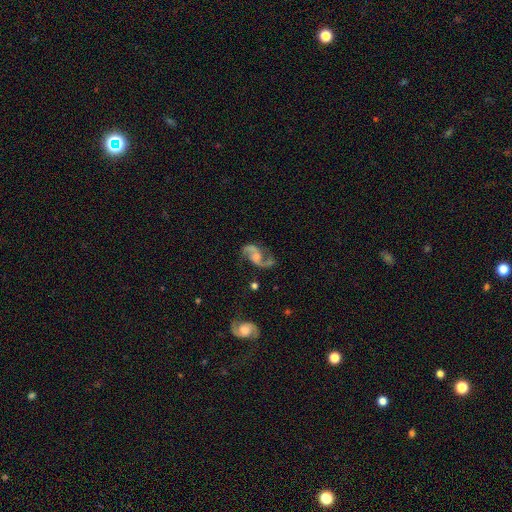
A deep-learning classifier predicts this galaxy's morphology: Smooth or featured?
  - featured or disk: 89% *
  - smooth: 5%
  - star or artifact: 5%
Edge-on disk?
  - no: 98% *
  - yes: 2%
Bar?
  - no: 55% *
  - weak: 36%
  - strong: 9%
Spiral arms?
  - yes: 97% *
  - no: 3%
Spiral winding?
  - loose: 61% *
  - medium: 33%
  - tight: 6%
Spiral arm count?
  - 2: 94% *
  - 1: 2%
  - can't tell: 2%
  - 3: 1%
  - 4: 1%
  - more than 4: 1%
Bulge size?
  - moderate: 39% *
  - small: 34%
  - none: 19%
  - large: 7%
  - dominant: 2%
Merging?
  - none: 74% *
  - minor disturbance: 15%
  - major disturbance: 8%
  - merger: 3%